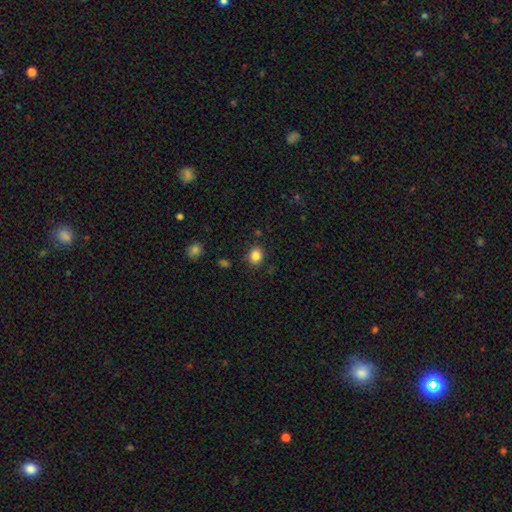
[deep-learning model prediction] The model was most divided on "how rounded": round: 61%, in between: 38%, cigar-shaped: 1%. More confident: merging — none (85%); smooth or featured — smooth (84%).